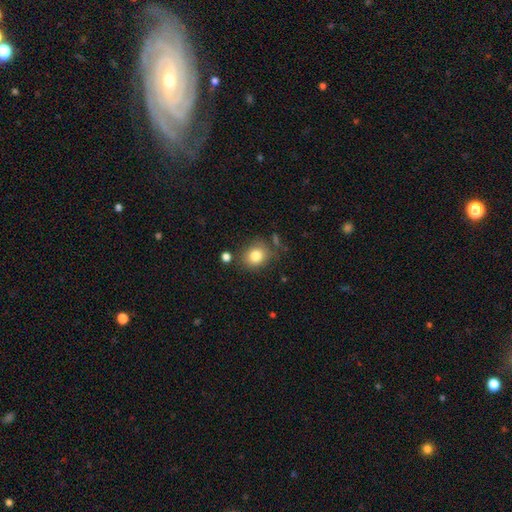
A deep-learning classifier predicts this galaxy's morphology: Q: Smooth or featured?
A: smooth (82%); runner-up: star or artifact (10%)
Q: How rounded?
A: round (68%); runner-up: in between (31%)
Q: Merging?
A: none (75%); runner-up: minor disturbance (14%)